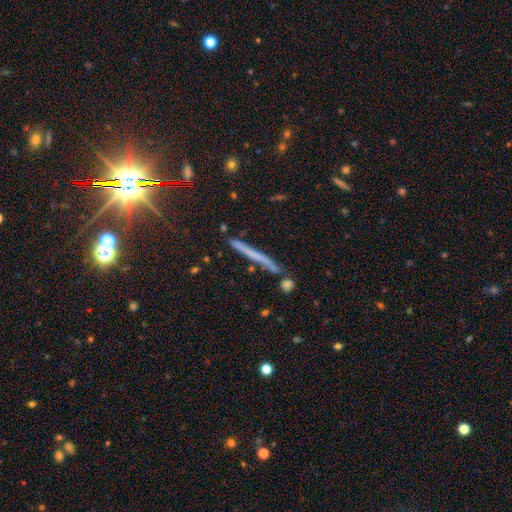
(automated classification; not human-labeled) A featured or disk galaxy (45%).

Vote fractions:
- Smooth or featured? featured or disk: 45% / smooth: 44% / star or artifact: 12%
- Merging? none: 79% / minor disturbance: 13% / merger: 5% / major disturbance: 3%